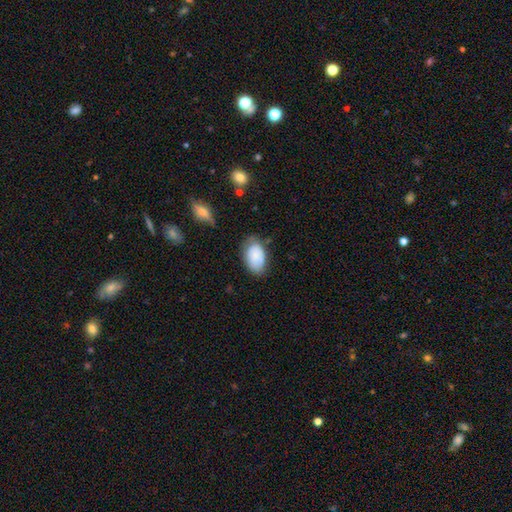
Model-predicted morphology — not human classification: This is likely a smooth galaxy (80%). How rounded: clearly in between (92%). Merging: likely none (64%).